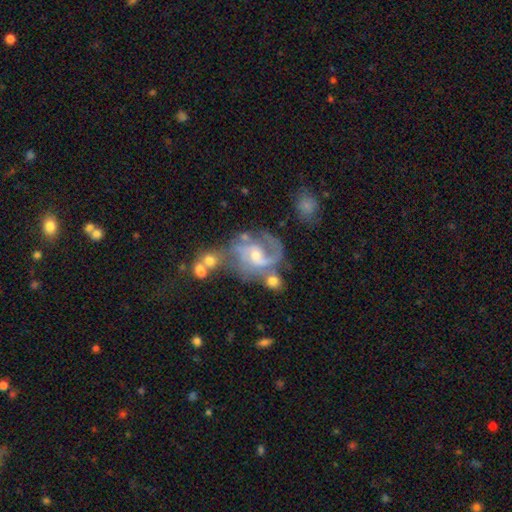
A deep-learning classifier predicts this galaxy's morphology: smooth_or_featured: featured or disk (p=0.84) [alt: smooth p=0.08]
disk_edge_on: no (p=0.98) [alt: yes p=0.02]
bar: no (p=0.48) [alt: weak p=0.41]
has_spiral_arms: yes (p=0.94) [alt: no p=0.06]
spiral_winding: medium (p=0.52) [alt: tight p=0.25]
spiral_arm_count: 2 (p=0.56) [alt: 3 p=0.15]
bulge_size: small (p=0.54) [alt: moderate p=0.41]
merging: none (p=0.41) [alt: merger p=0.21]